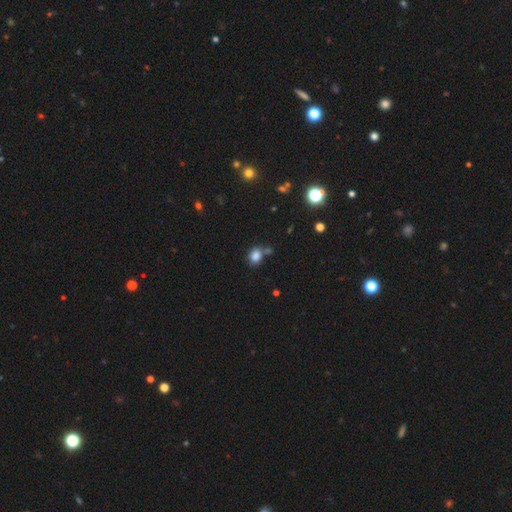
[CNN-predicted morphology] A smooth galaxy with no disk features (83%) that is in between round and cigar-shaped (50%).

Vote fractions:
- Smooth or featured? smooth: 83% / star or artifact: 12% / featured or disk: 6%
- How rounded? in between: 50% / round: 49% / cigar-shaped: 1%
- Merging? none: 57% / merger: 21% / minor disturbance: 17% / major disturbance: 5%